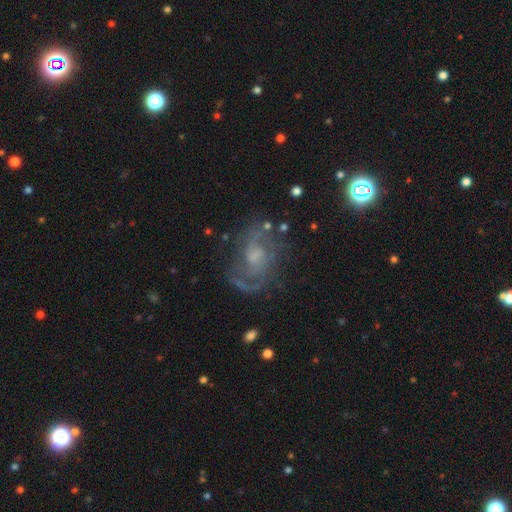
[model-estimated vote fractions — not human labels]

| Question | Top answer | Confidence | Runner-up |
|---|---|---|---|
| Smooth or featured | featured or disk | 83% | smooth (9%) |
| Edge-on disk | no | 97% | yes (3%) |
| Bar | weak | 46% | tied: no (46%) |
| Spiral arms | yes | 93% | no (7%) |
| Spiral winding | medium | 52% | loose (26%) |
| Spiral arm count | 2 | 74% | can't tell (12%) |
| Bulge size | moderate | 36% | small (35%) |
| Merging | none | 67% | minor disturbance (17%) |